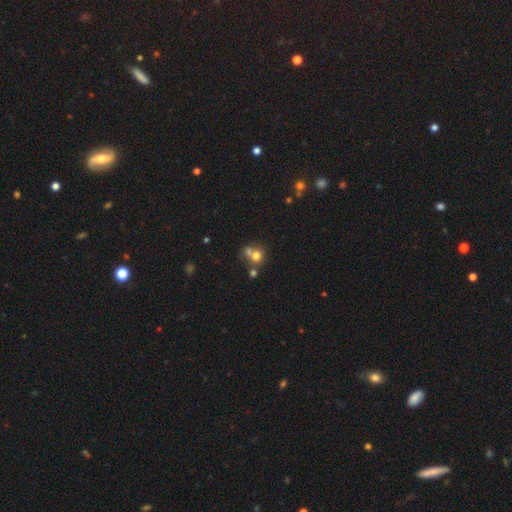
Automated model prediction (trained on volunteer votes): Q: Smooth or featured?
A: smooth (70%); runner-up: featured or disk (16%)
Q: How rounded?
A: round (81%); runner-up: in between (18%)
Q: Merging?
A: merger (46%); runner-up: none (41%)